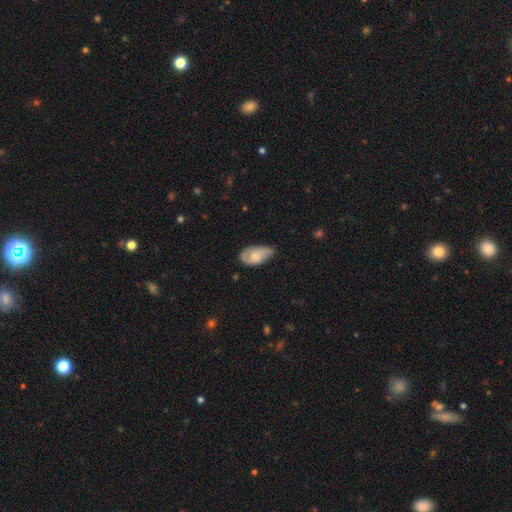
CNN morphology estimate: Smooth or featured? Predicted: smooth (p=0.65). How rounded? Predicted: in between (p=0.92). Merging? Predicted: minor disturbance (p=0.46).